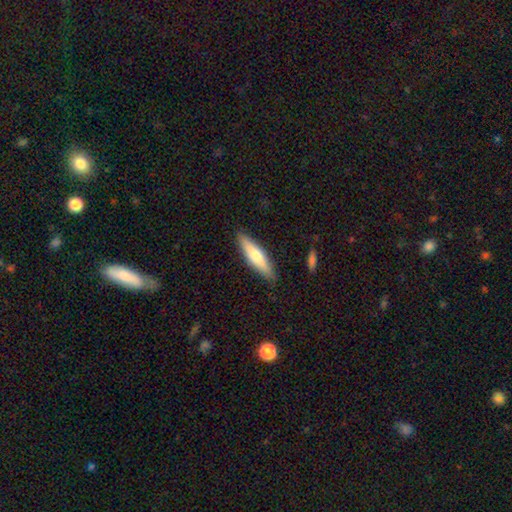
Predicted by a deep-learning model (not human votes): Morphology: type=smooth (61%); roundness=cigar-shaped (72%); merging=none (87%).